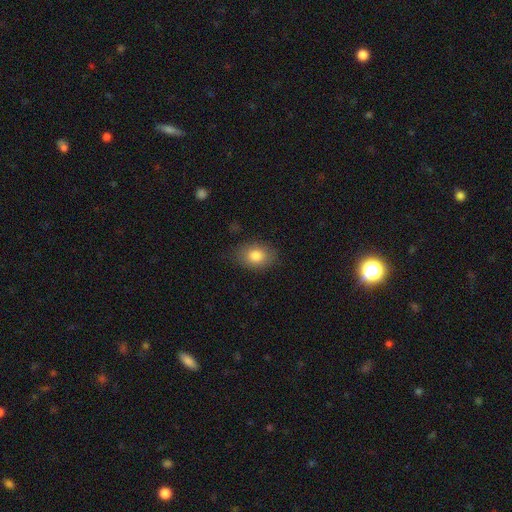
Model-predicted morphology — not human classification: The model was most divided on "how rounded": in between: 76%, round: 23%, cigar-shaped: 1%. More confident: merging — none (82%); smooth or featured — smooth (82%).